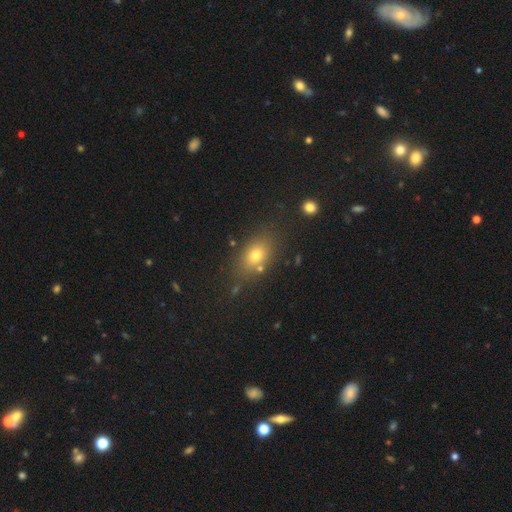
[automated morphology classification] Q: Smooth or featured?
A: smooth (73%); runner-up: star or artifact (14%)
Q: How rounded?
A: in between (77%); runner-up: round (19%)
Q: Merging?
A: none (77%); runner-up: minor disturbance (13%)